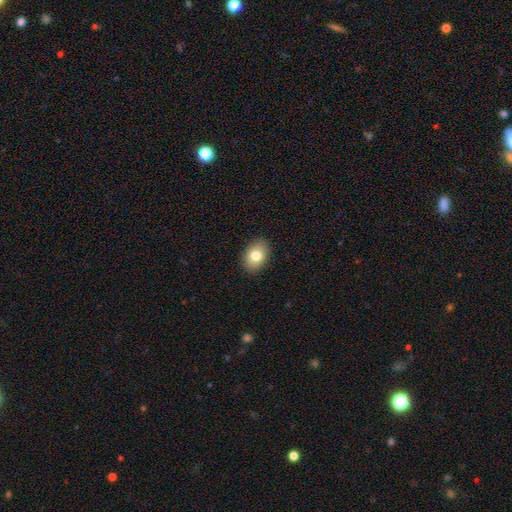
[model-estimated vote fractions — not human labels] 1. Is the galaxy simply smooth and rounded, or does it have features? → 79% smooth, 12% featured or disk, 8% star or artifact.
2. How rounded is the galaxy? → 77% in between, 22% round, 1% cigar-shaped.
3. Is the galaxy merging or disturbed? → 89% none, 8% minor disturbance, 2% major disturbance, 1% merger.